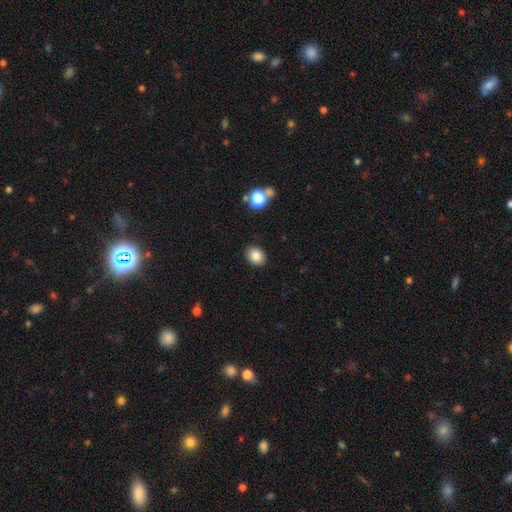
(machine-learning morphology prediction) type=smooth (84%); roundness=in between (61%); merging=none (89%).